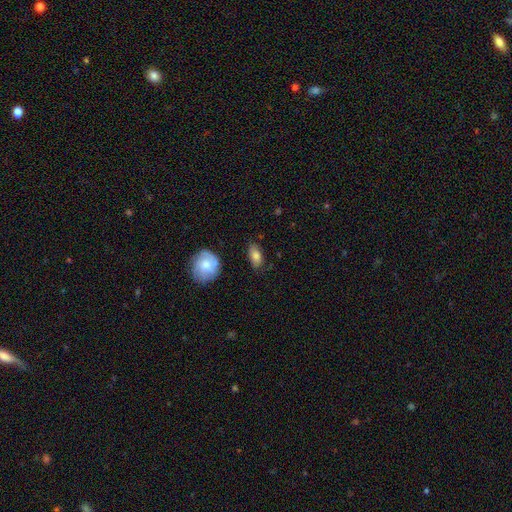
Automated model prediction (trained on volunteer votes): Q: Smooth or featured?
A: smooth (80%); runner-up: featured or disk (13%)
Q: How rounded?
A: in between (88%); runner-up: round (7%)
Q: Merging?
A: none (77%); runner-up: minor disturbance (17%)